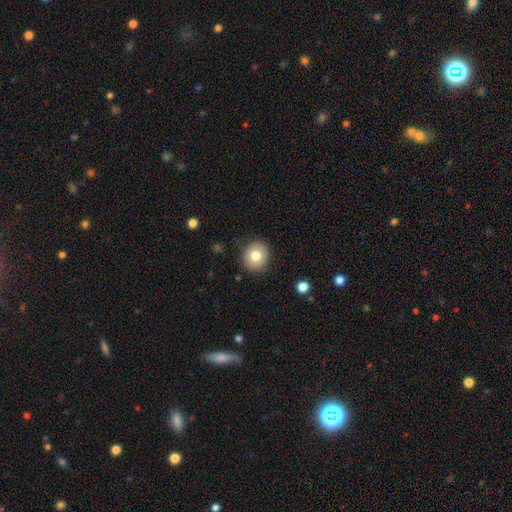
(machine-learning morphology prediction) This is likely a smooth galaxy (79%). How rounded: clearly round (83%). Merging: clearly none (86%).